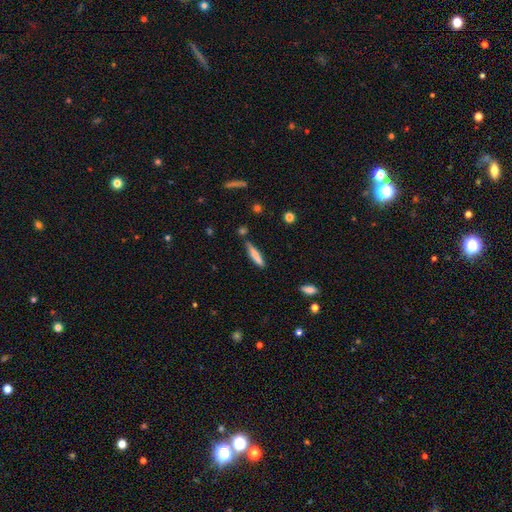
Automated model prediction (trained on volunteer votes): Smooth or featured? Predicted: smooth (p=0.75). How rounded? Predicted: cigar-shaped (p=0.89). Merging? Predicted: none (p=0.78).